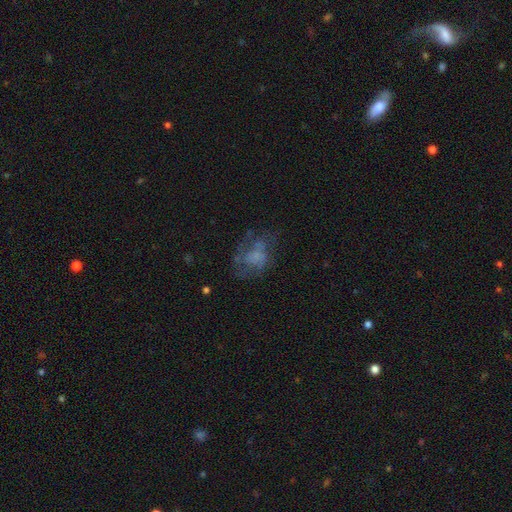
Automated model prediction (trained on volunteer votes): Overall: featured or disk (45%; smooth 40%). Merging: none (45%; major disturbance 31%).